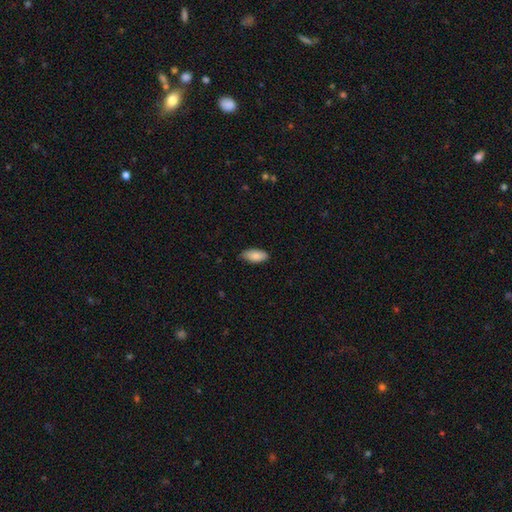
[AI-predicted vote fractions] Smooth or featured? Predicted: smooth (p=0.86). How rounded? Predicted: in between (p=0.89). Merging? Predicted: none (p=0.83).